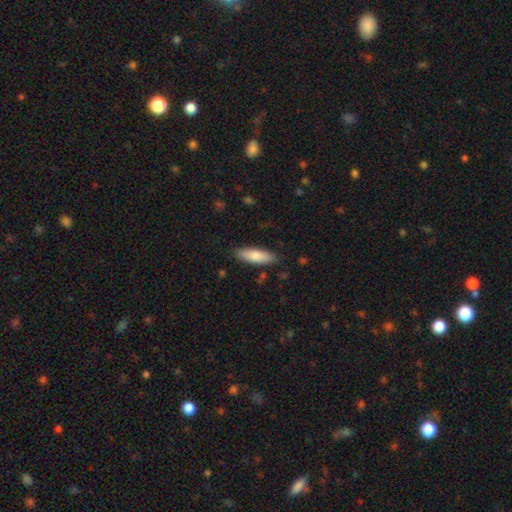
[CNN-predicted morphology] smooth 80%, featured or disk 14%, star or artifact 6%. Down the decision tree: how rounded — in between (52%); merging — none (85%).